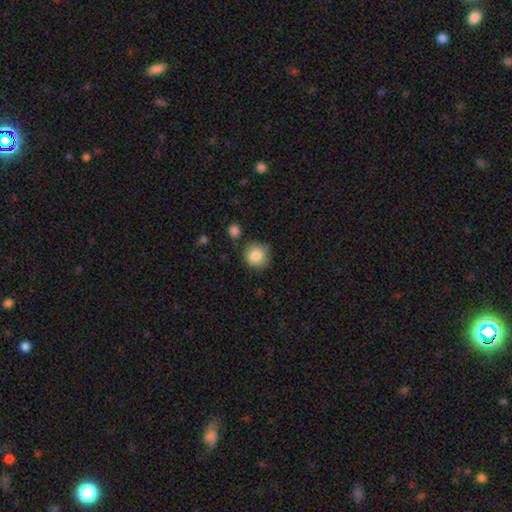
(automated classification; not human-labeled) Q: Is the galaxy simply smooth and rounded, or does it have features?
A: smooth — 85%.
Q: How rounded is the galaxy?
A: round — 91%.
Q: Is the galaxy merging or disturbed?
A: none — 79%.